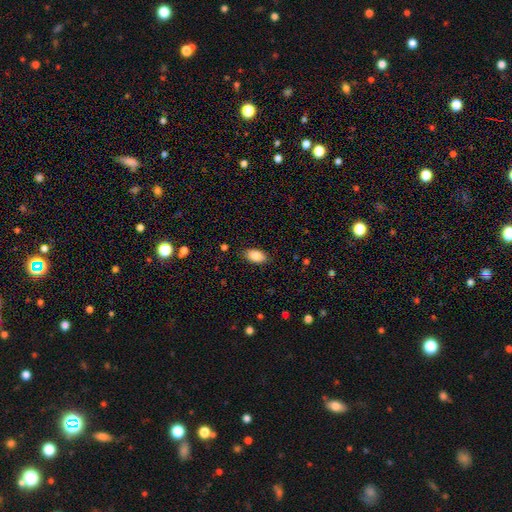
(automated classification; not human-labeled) smooth_or_featured: smooth (p=0.88) [alt: star or artifact p=0.07]
how_rounded: in between (p=0.93) [alt: round p=0.05]
merging: none (p=0.86) [alt: minor disturbance p=0.10]